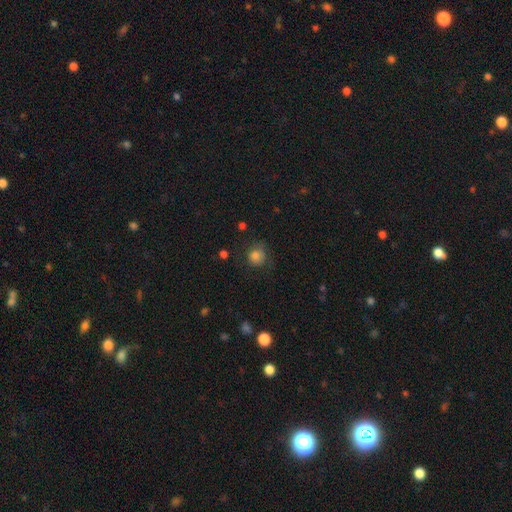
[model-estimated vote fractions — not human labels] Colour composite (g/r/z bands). It shows a smooth galaxy with no disk features (79%) that is round (84%). Merging: none (62%).